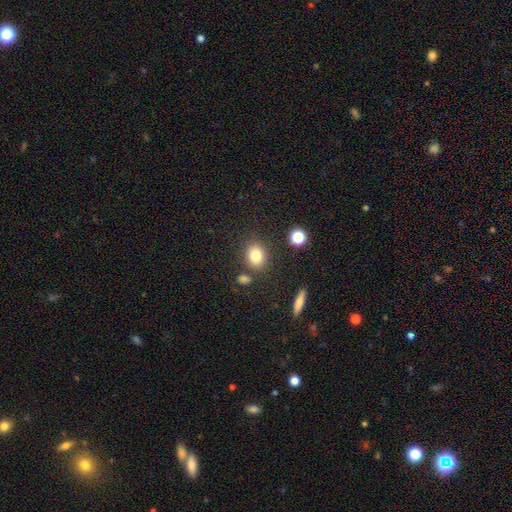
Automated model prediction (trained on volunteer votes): smooth-or-featured: smooth: 81% | star or artifact: 11% | featured or disk: 8%
  how-rounded: round: 50% | in between: 49% | cigar-shaped: 1%
  merging: none: 79% | minor disturbance: 11% | merger: 7% | major disturbance: 4%